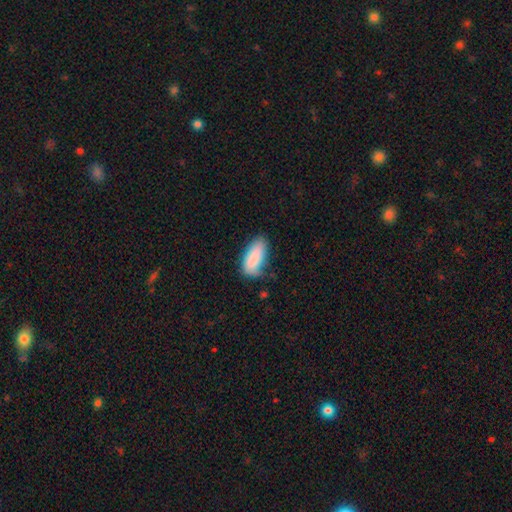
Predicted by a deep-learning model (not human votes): Smooth or featured? Predicted: smooth (p=0.87). How rounded? Predicted: in between (p=0.87). Merging? Predicted: none (p=0.63).